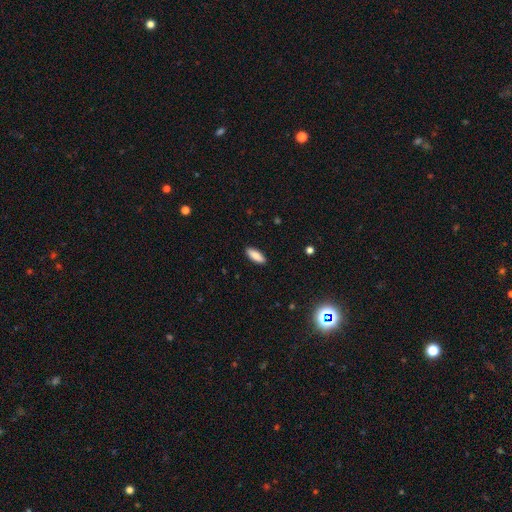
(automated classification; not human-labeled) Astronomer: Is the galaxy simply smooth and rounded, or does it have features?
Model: smooth — 87%.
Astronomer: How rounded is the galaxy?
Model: in between — 71%.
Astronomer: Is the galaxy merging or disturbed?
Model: none — 90%.